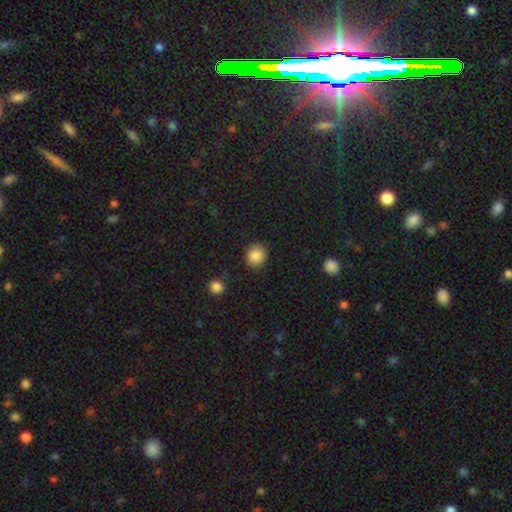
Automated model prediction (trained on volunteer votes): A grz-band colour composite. It shows a smooth galaxy with no disk features (87%) that is round (87%). Merging: none (88%).